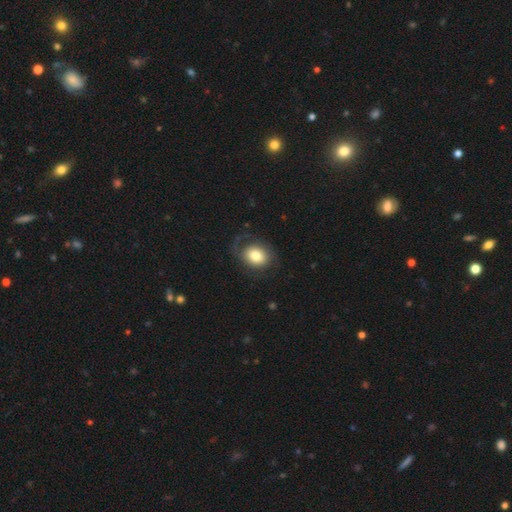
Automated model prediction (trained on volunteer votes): A smooth galaxy with no disk features (70%) that is round (52%). Merging: none (61%).